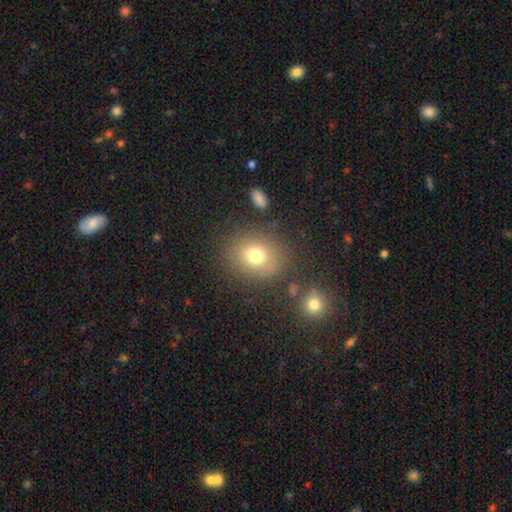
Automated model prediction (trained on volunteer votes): Smooth or featured?
  - smooth: 73% *
  - star or artifact: 15%
  - featured or disk: 12%
How rounded?
  - round: 65% *
  - in between: 34%
  - cigar-shaped: 1%
Merging?
  - none: 80% *
  - minor disturbance: 11%
  - major disturbance: 5%
  - merger: 4%